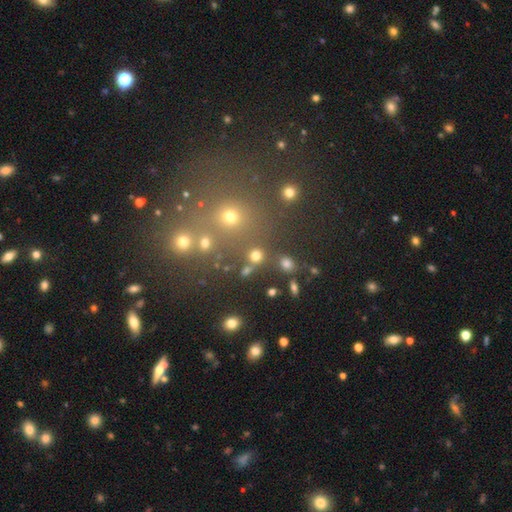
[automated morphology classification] type=smooth (72%); roundness=round (81%); merging=none (73%).